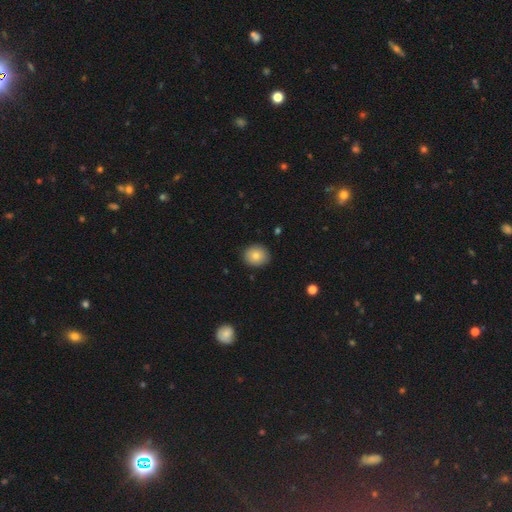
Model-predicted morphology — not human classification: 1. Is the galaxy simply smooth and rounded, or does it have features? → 79% smooth, 12% featured or disk, 10% star or artifact.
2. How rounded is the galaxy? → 77% round, 22% in between, 1% cigar-shaped.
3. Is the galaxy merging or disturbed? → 89% none, 8% minor disturbance, 2% major disturbance, 1% merger.